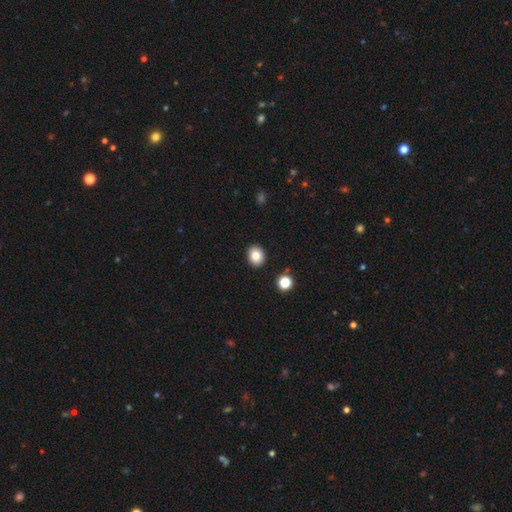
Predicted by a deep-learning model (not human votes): A smooth galaxy with no disk features (83%) that is round (57%).

Vote fractions:
- Smooth or featured? smooth: 83% / star or artifact: 10% / featured or disk: 7%
- How rounded? round: 57% / in between: 42% / cigar-shaped: 1%
- Merging? none: 90% / minor disturbance: 6% / merger: 2% / major disturbance: 2%